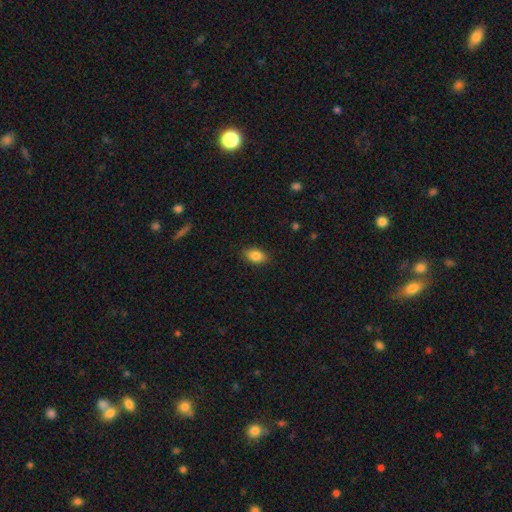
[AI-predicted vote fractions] Morphology: type=smooth (86%); roundness=in between (88%); merging=none (87%).